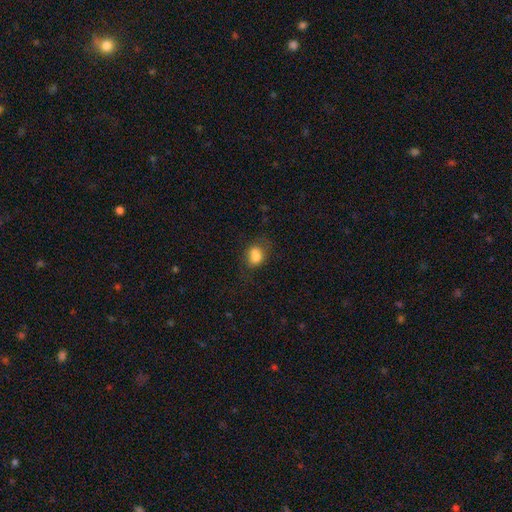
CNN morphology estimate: smooth_or_featured: smooth (p=0.78) [alt: featured or disk p=0.11]
how_rounded: in between (p=0.67) [alt: round p=0.32]
merging: none (p=0.54) [alt: minor disturbance p=0.24]